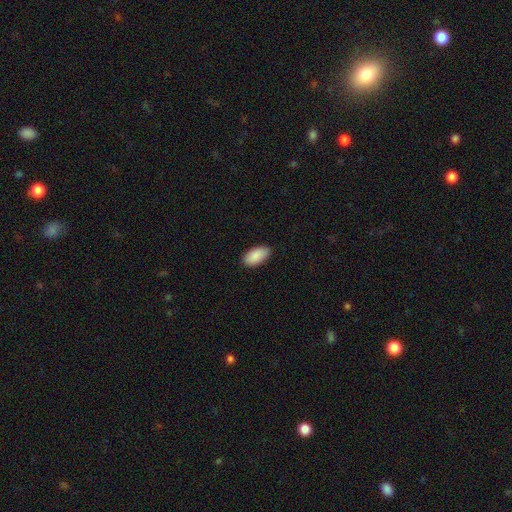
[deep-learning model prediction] smooth_or_featured: smooth (p=0.90) [alt: star or artifact p=0.06]
how_rounded: in between (p=0.95) [alt: cigar-shaped p=0.03]
merging: none (p=0.86) [alt: minor disturbance p=0.11]